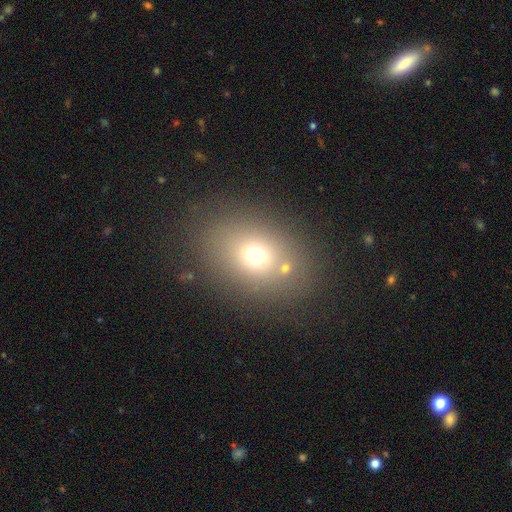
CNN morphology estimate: The model was most divided on "how rounded": in between: 60%, round: 39%, cigar-shaped: 1%. More confident: merging — none (74%); smooth or featured — smooth (67%).